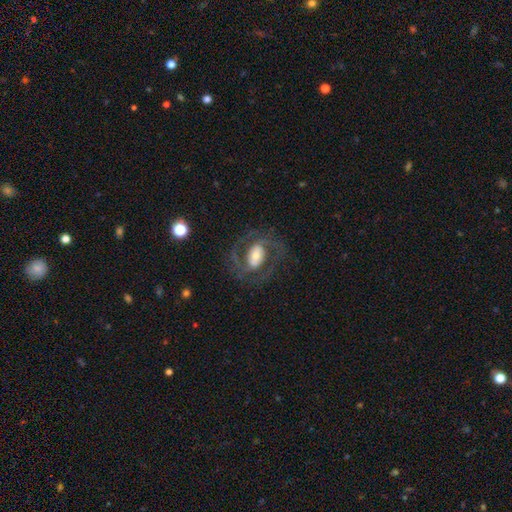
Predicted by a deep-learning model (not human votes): Q: Smooth or featured?
A: featured or disk (78%); runner-up: smooth (15%)
Q: Edge-on disk?
A: no (97%); runner-up: yes (3%)
Q: Bar?
A: no (37%); runner-up: weak (36%)
Q: Spiral arms?
A: yes (88%); runner-up: no (12%)
Q: Spiral winding?
A: medium (52%); runner-up: tight (32%)
Q: Spiral arm count?
A: 2 (80%); runner-up: can't tell (9%)
Q: Bulge size?
A: moderate (42%); runner-up: small (29%)
Q: Merging?
A: none (71%); runner-up: major disturbance (14%)